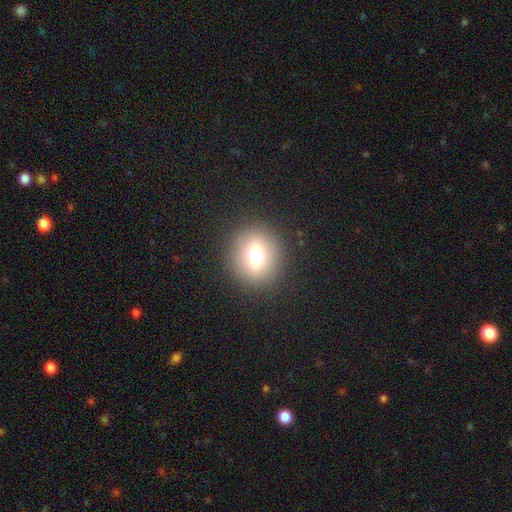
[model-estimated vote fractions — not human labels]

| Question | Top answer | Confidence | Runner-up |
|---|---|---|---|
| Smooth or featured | smooth | 71% | star or artifact (15%) |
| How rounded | round | 82% | in between (17%) |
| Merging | none | 89% | minor disturbance (7%) |